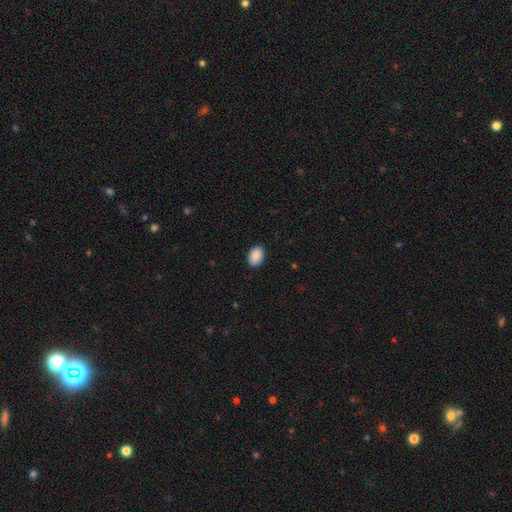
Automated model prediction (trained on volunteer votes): Q: Smooth or featured?
A: smooth (90%); runner-up: star or artifact (7%)
Q: How rounded?
A: in between (81%); runner-up: round (18%)
Q: Merging?
A: none (90%); runner-up: minor disturbance (8%)